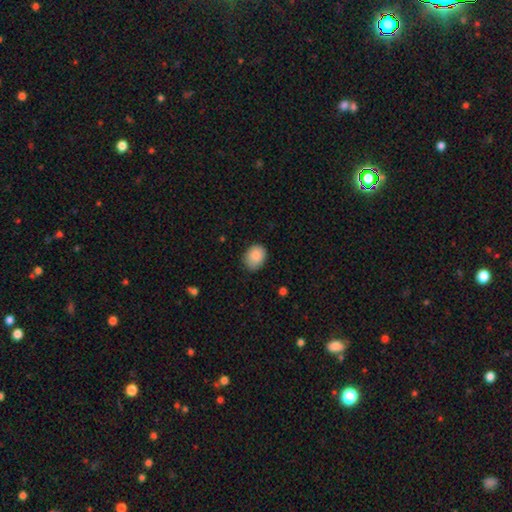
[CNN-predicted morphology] Q: Smooth or featured?
A: smooth (88%); runner-up: star or artifact (8%)
Q: How rounded?
A: in between (54%); runner-up: round (45%)
Q: Merging?
A: none (76%); runner-up: minor disturbance (20%)